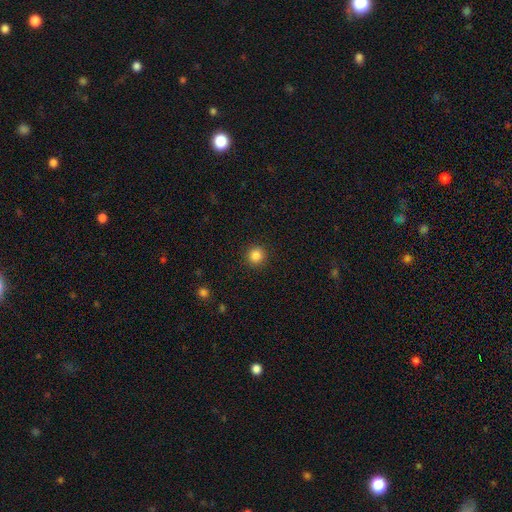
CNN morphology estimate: A smooth galaxy with no disk features (85%) that is round (95%).

Vote fractions:
- Smooth or featured? smooth: 85% / star or artifact: 11% / featured or disk: 4%
- How rounded? round: 95% / in between: 4% / cigar-shaped: 1%
- Merging? none: 92% / minor disturbance: 5% / major disturbance: 2% / merger: 1%